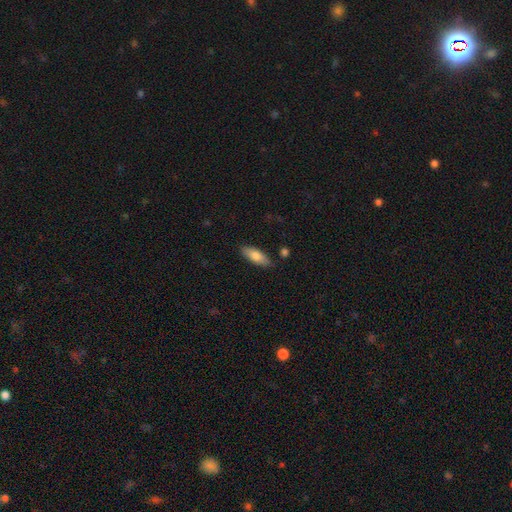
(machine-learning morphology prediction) A smooth galaxy with no disk features (79%) that is in between round and cigar-shaped (70%). Merging: none (84%).